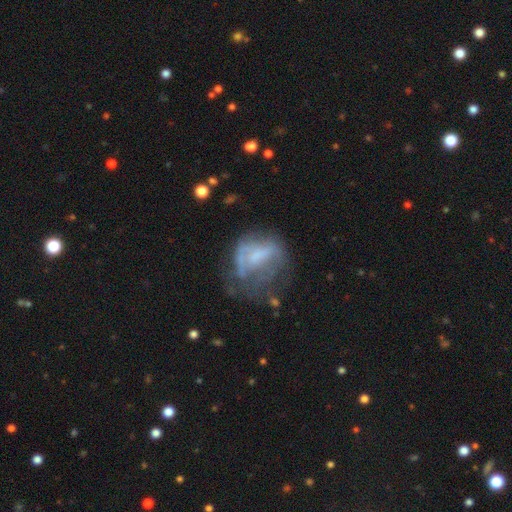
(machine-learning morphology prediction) A featured or disk galaxy (53%) with no bar (61%), no spiral arms (72%) and no central bulge (47%). Merging: major disturbance (38%).